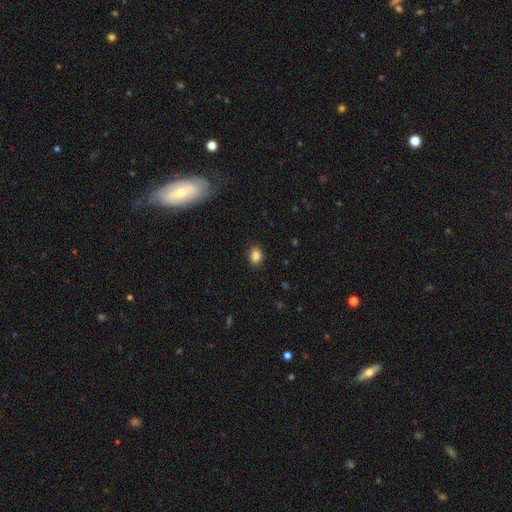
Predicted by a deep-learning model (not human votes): smooth_or_featured: smooth (p=0.86) [alt: star or artifact p=0.09]
how_rounded: in between (p=0.69) [alt: round p=0.30]
merging: none (p=0.88) [alt: minor disturbance p=0.09]